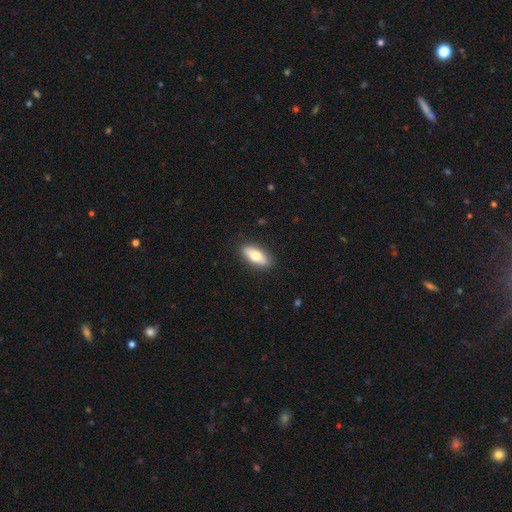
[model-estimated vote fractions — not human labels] A smooth galaxy with no disk features (69%) that is in between round and cigar-shaped (80%).

Vote fractions:
- Smooth or featured? smooth: 69% / featured or disk: 25% / star or artifact: 6%
- How rounded? in between: 80% / cigar-shaped: 17% / round: 3%
- Merging? none: 89% / minor disturbance: 8% / major disturbance: 2% / merger: 1%